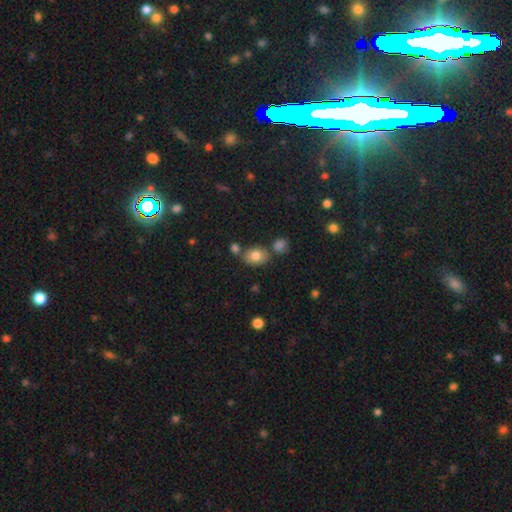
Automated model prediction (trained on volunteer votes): The model was most divided on "how rounded": in between: 66%, round: 33%, cigar-shaped: 1%. More confident: smooth or featured — smooth (80%); merging — none (70%).